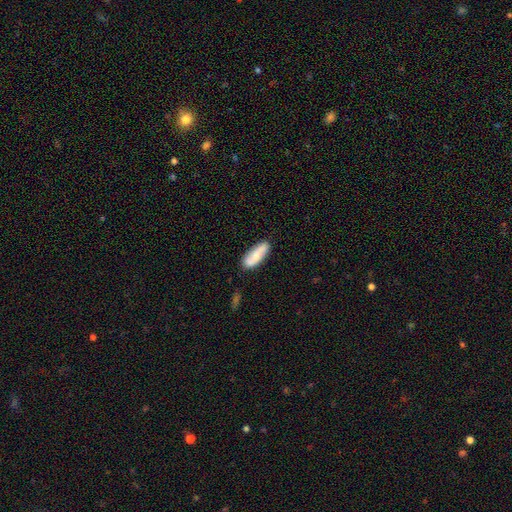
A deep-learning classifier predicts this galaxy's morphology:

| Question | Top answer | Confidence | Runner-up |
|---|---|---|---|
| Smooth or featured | smooth | 64% | featured or disk (30%) |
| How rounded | in between | 65% | cigar-shaped (33%) |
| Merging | none | 79% | minor disturbance (14%) |